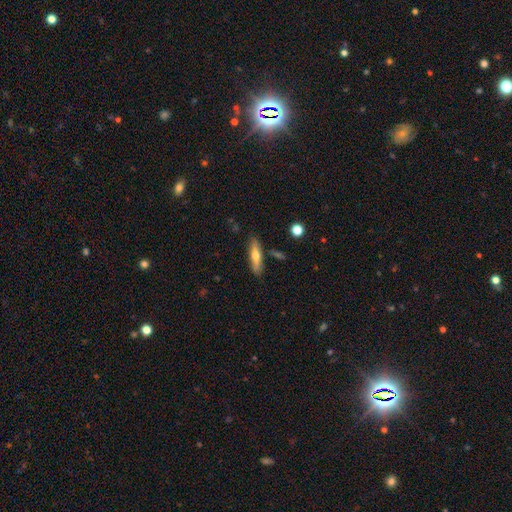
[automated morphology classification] This appears to be a smooth galaxy with no disk features (53%) that is cigar-shaped (70%). Merging: none (82%).